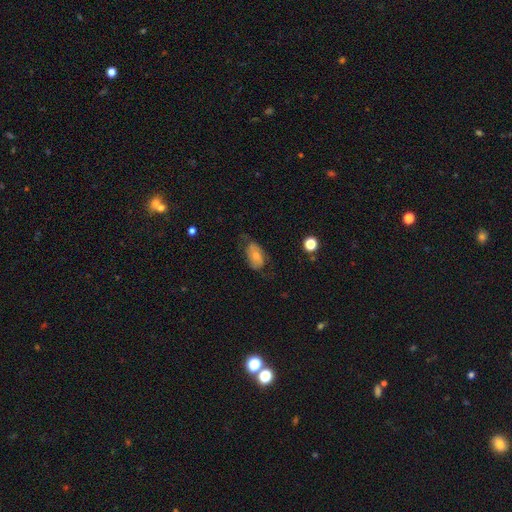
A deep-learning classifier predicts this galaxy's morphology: Smooth or featured? Predicted: smooth (p=0.62). How rounded? Predicted: in between (p=0.90). Merging? Predicted: none (p=0.51).